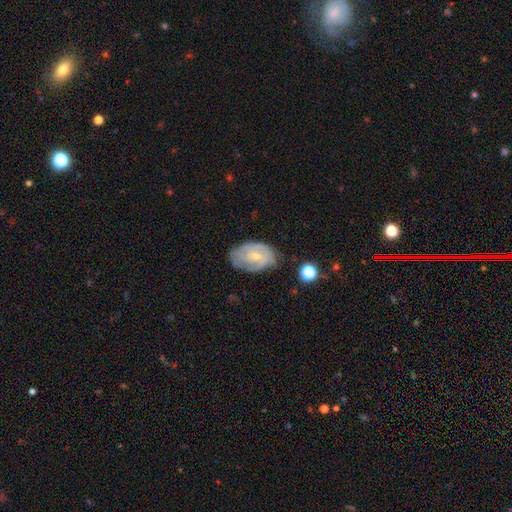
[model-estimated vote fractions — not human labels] The model was most divided on "spiral arm count": 2: 38%, can't tell: 37%, 3: 13%, 1: 5%, 4: 4%, more than 4: 3%. Remaining: edge-on disk — no (96%); spiral arms — yes (87%); smooth or featured — featured or disk (72%); bulge size — small (68%); merging — none (67%); spiral winding — tight (60%); bar — no (48%).